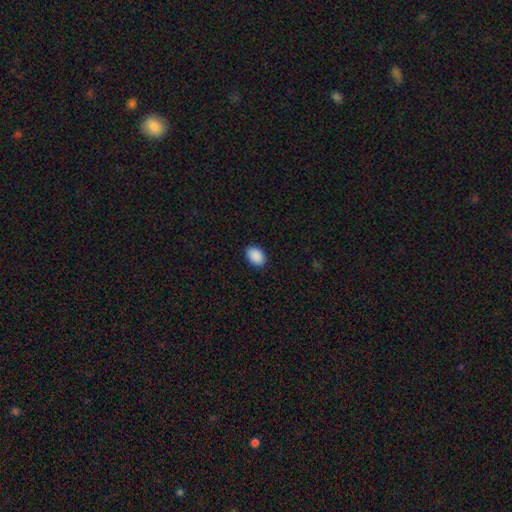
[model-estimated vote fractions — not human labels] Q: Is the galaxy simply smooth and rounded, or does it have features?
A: smooth — 91%.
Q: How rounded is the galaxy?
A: in between — 85%.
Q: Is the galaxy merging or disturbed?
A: none — 90%.